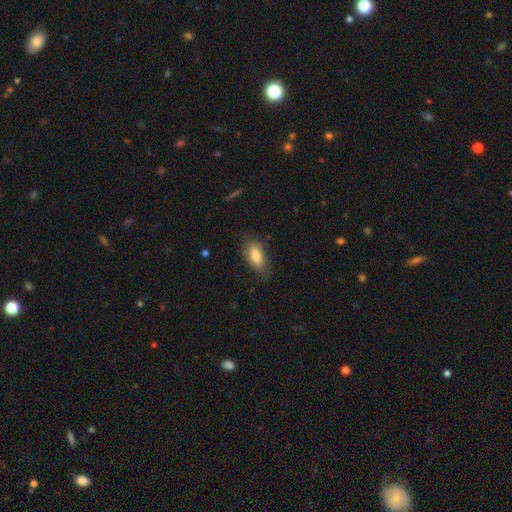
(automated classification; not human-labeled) Q: Smooth or featured?
A: smooth (78%); runner-up: featured or disk (15%)
Q: How rounded?
A: in between (84%); runner-up: cigar-shaped (12%)
Q: Merging?
A: none (73%); runner-up: minor disturbance (21%)